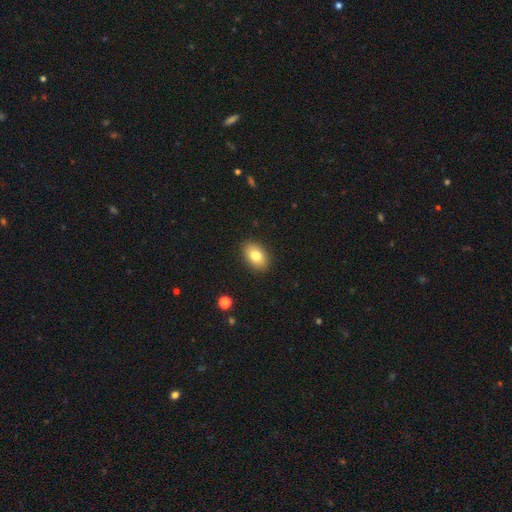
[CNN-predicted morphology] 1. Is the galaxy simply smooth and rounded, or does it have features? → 80% smooth, 11% featured or disk, 8% star or artifact.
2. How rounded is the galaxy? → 84% in between, 14% round, 1% cigar-shaped.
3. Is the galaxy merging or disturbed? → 89% none, 8% minor disturbance, 2% major disturbance, 1% merger.